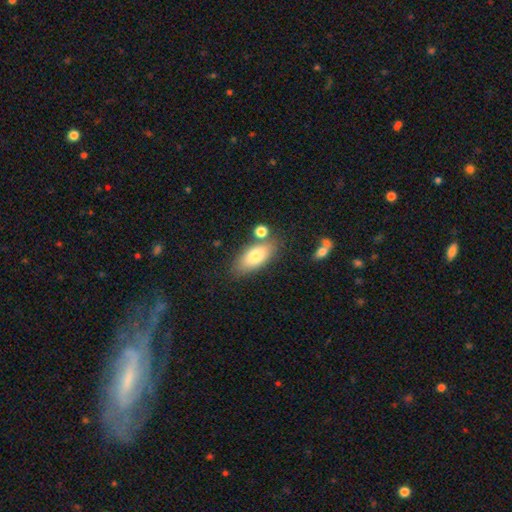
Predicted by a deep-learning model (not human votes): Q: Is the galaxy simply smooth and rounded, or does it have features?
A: smooth — 77%.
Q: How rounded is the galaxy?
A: in between — 85%.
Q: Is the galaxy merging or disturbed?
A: none — 73%.